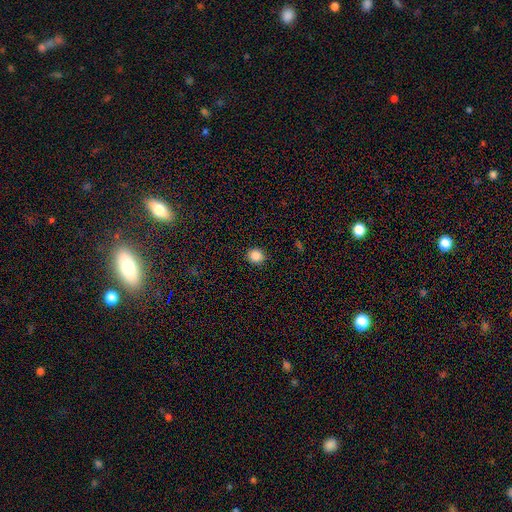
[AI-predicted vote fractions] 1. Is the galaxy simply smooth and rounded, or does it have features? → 86% smooth, 11% star or artifact, 3% featured or disk.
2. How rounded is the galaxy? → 88% round, 11% in between, 1% cigar-shaped.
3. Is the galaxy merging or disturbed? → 90% none, 7% minor disturbance, 2% major disturbance, 1% merger.